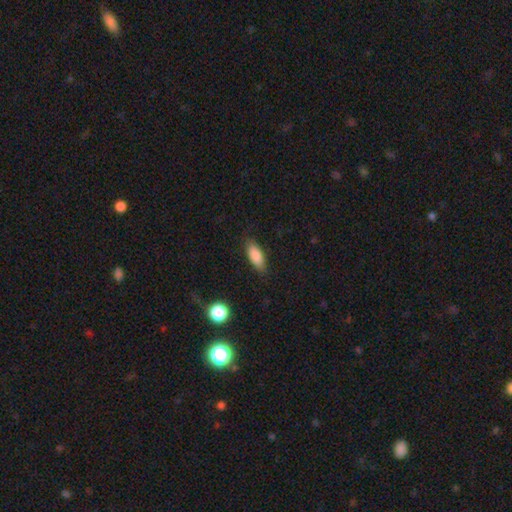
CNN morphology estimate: This appears to be a smooth galaxy with no disk features (86%) that is in between round and cigar-shaped (79%). Merging: none (83%).